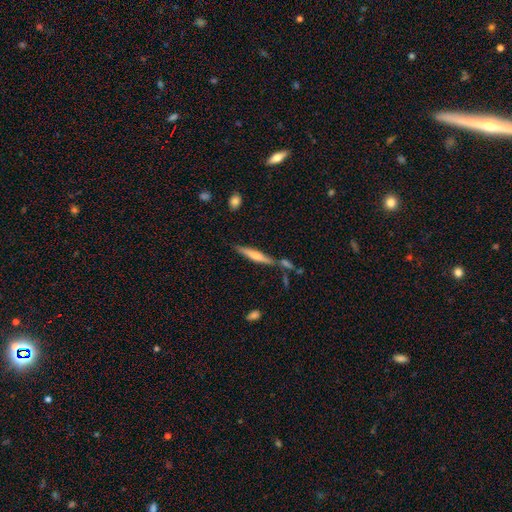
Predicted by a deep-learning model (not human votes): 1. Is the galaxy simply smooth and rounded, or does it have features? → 49% featured or disk, 44% smooth, 6% star or artifact.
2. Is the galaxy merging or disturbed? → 69% none, 14% merger, 13% minor disturbance, 4% major disturbance.